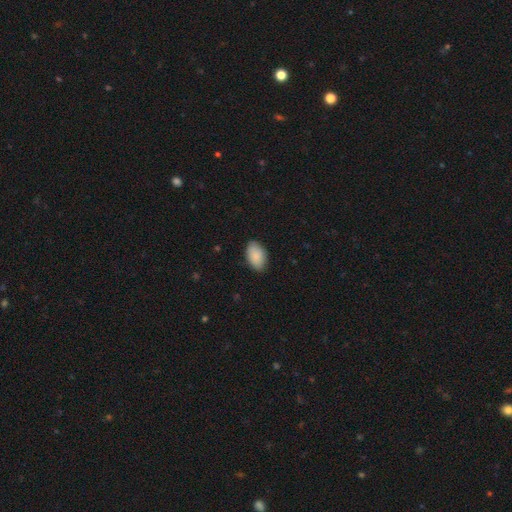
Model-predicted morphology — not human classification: smooth 90%, star or artifact 6%, featured or disk 4%. Down the decision tree: how rounded — in between (93%); merging — none (84%).